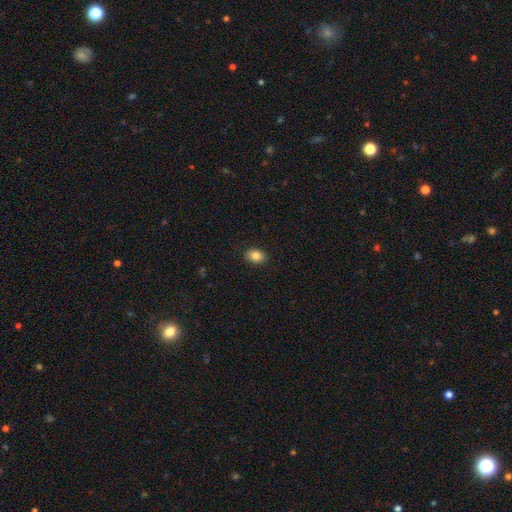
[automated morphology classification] Smooth or featured: smooth — 85% (star or artifact — 9%)
How rounded: in between — 76% (round — 23%)
Merging: none — 90% (minor disturbance — 7%)